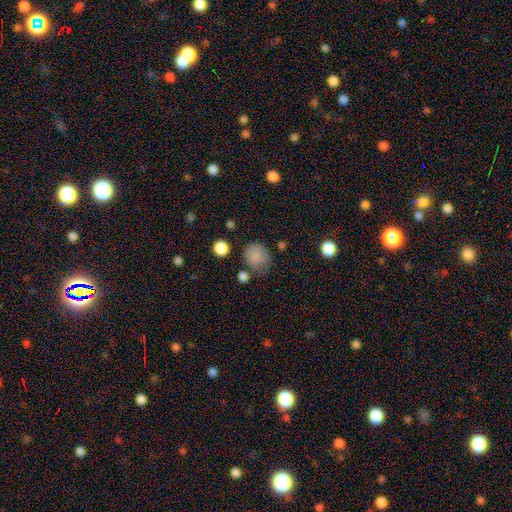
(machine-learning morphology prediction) Smooth or featured: smooth — 81% (star or artifact — 11%)
How rounded: round — 74% (in between — 25%)
Merging: none — 59% (minor disturbance — 26%)